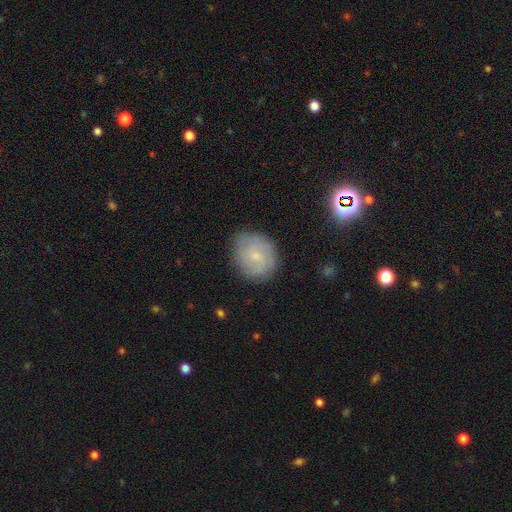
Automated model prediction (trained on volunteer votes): Morphology: type=featured or disk (46%); merging=none (79%).